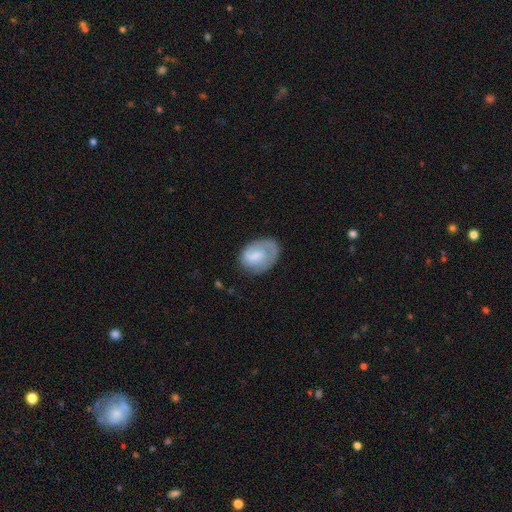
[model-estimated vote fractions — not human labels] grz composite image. It shows a smooth galaxy with no disk features (54%) that is in between round and cigar-shaped (78%). Merging: none (58%).